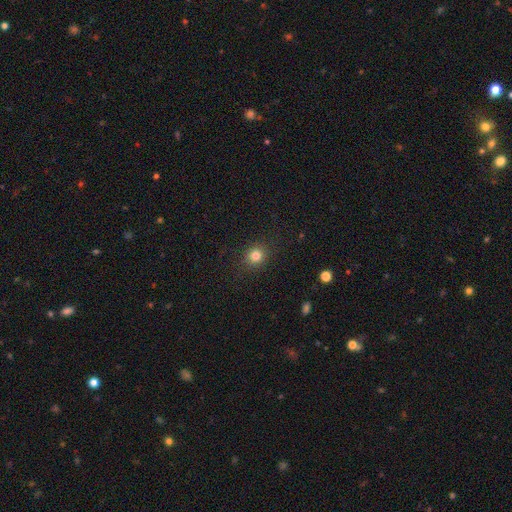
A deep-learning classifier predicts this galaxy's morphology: Smooth or featured?
  - smooth: 82% *
  - star or artifact: 12%
  - featured or disk: 6%
How rounded?
  - round: 82% *
  - in between: 17%
  - cigar-shaped: 1%
Merging?
  - none: 88% *
  - minor disturbance: 8%
  - major disturbance: 3%
  - merger: 1%